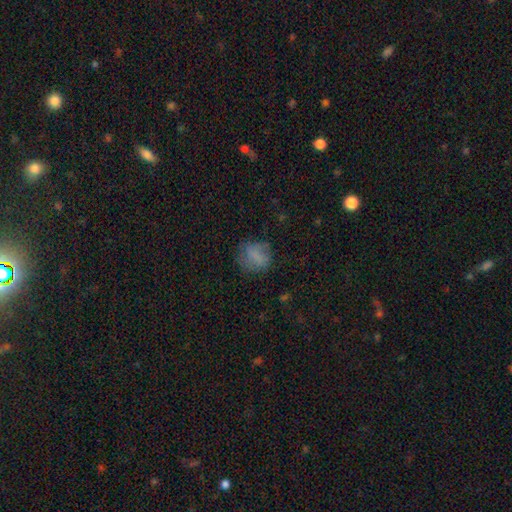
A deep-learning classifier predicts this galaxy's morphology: A smooth galaxy with no disk features (74%) that is round (57%). Merging: none (66%).